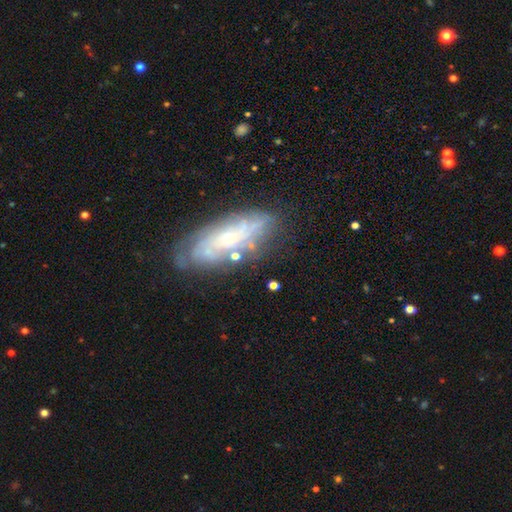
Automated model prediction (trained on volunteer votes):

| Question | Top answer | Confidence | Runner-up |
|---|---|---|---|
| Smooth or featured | featured or disk | 61% | smooth (27%) |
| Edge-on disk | no | 65% | yes (35%) |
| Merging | none | 75% | minor disturbance (16%) |